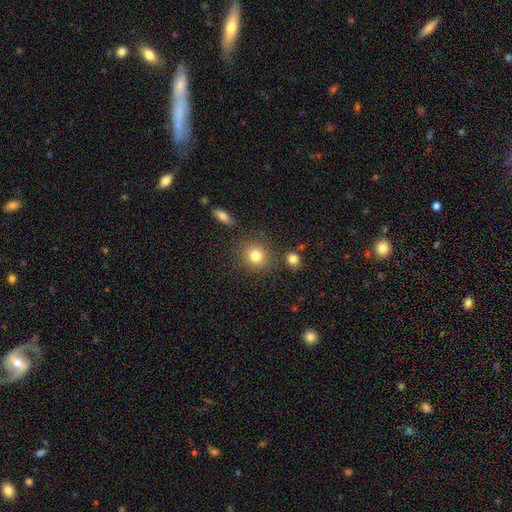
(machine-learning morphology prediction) smooth_or_featured: smooth (p=0.81) [alt: star or artifact p=0.11]
how_rounded: round (p=0.84) [alt: in between p=0.15]
merging: none (p=0.82) [alt: minor disturbance p=0.10]